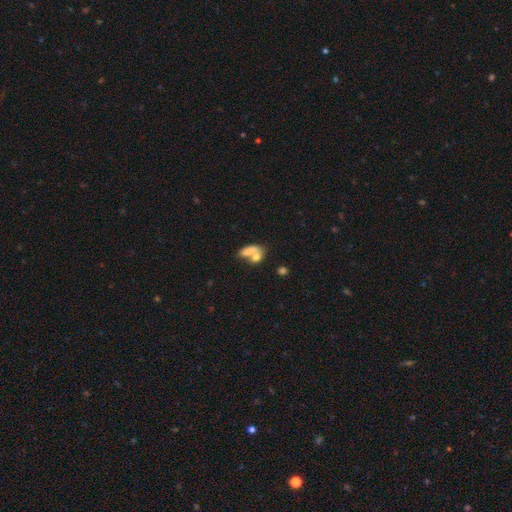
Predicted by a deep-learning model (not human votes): smooth-or-featured: smooth: 74% | featured or disk: 16% | star or artifact: 10%
  how-rounded: in between: 69% | round: 18% | cigar-shaped: 12%
  merging: merger: 54% | none: 30% | minor disturbance: 10% | major disturbance: 6%